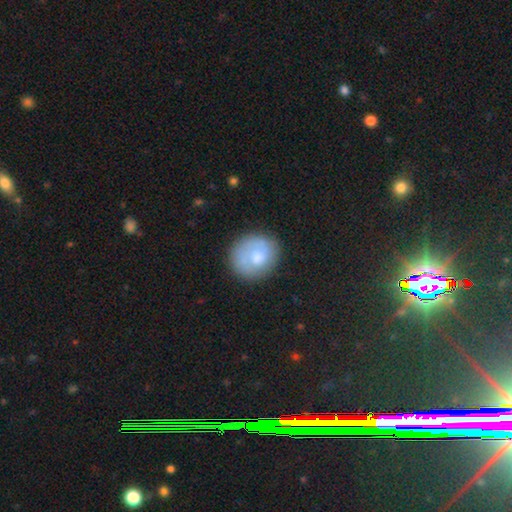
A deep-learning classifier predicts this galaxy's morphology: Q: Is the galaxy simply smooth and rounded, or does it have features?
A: smooth — 63%.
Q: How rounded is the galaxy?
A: round — 84%.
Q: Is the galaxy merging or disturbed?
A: none — 74%.